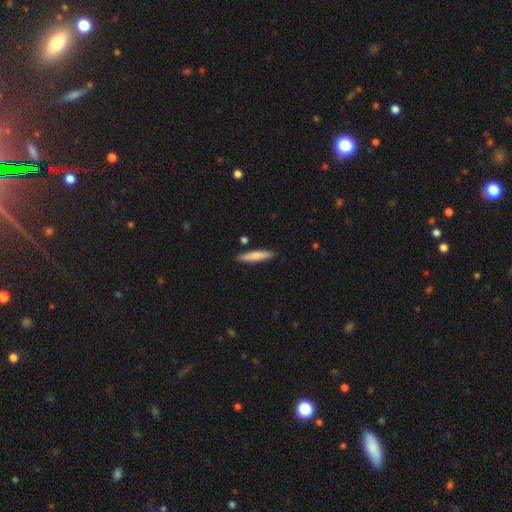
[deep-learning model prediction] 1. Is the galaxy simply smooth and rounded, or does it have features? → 77% smooth, 17% featured or disk, 6% star or artifact.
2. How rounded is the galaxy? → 88% cigar-shaped, 11% in between, 1% round.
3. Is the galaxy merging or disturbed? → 87% none, 9% minor disturbance, 3% merger, 2% major disturbance.